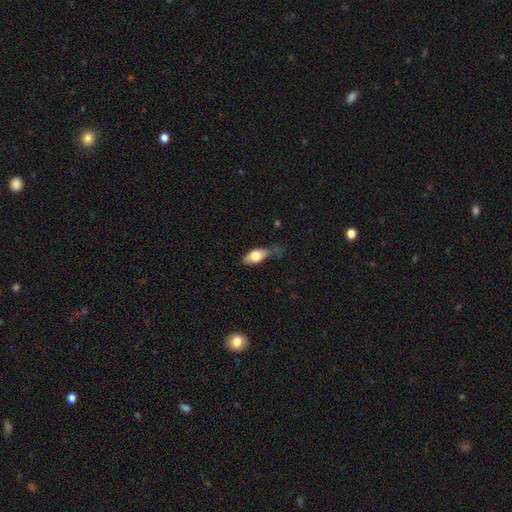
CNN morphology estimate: smooth-or-featured: smooth: 72% | featured or disk: 21% | star or artifact: 6%
  how-rounded: in between: 85% | cigar-shaped: 10% | round: 5%
  merging: minor disturbance: 38% (tied) | none: 38% (tied) | major disturbance: 20% | merger: 4%